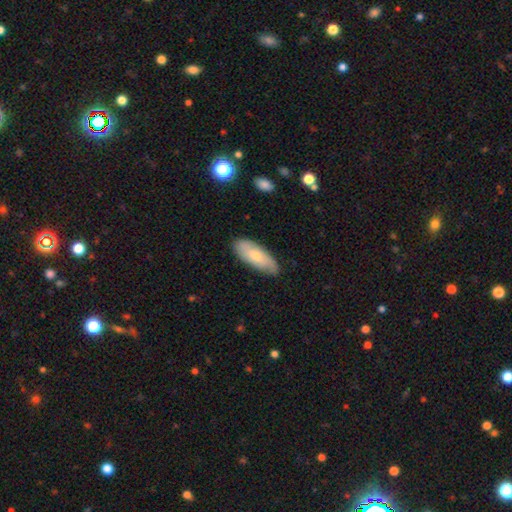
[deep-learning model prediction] This is possibly a smooth galaxy (59%). How rounded: likely in between (78%). Merging: likely none (78%).